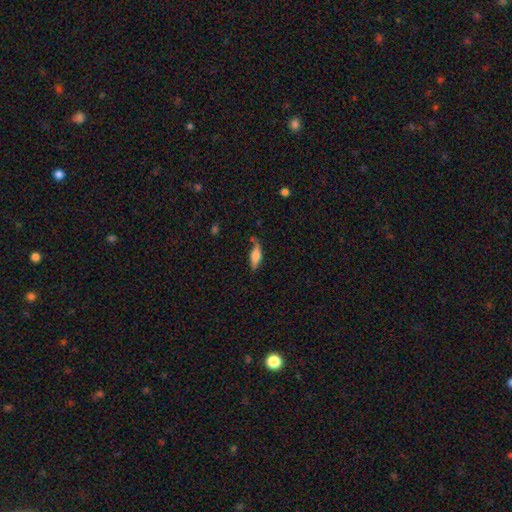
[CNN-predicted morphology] smooth_or_featured: smooth (p=0.61) [alt: featured or disk p=0.32]
how_rounded: in between (p=0.55) [alt: cigar-shaped p=0.42]
merging: none (p=0.67) [alt: minor disturbance p=0.23]